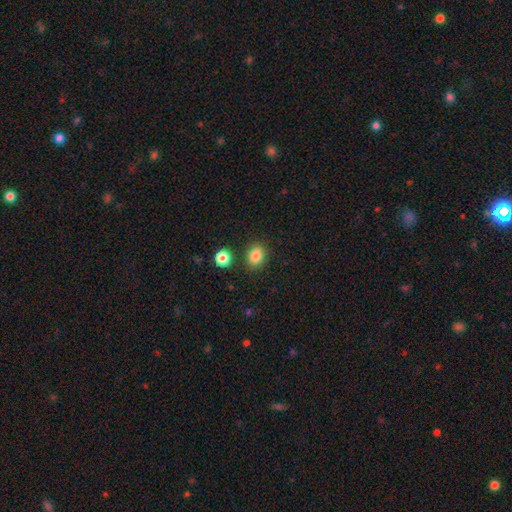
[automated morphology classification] Overall: smooth (85%). How rounded: in between (53%; round 46%). Merging: none (83%).